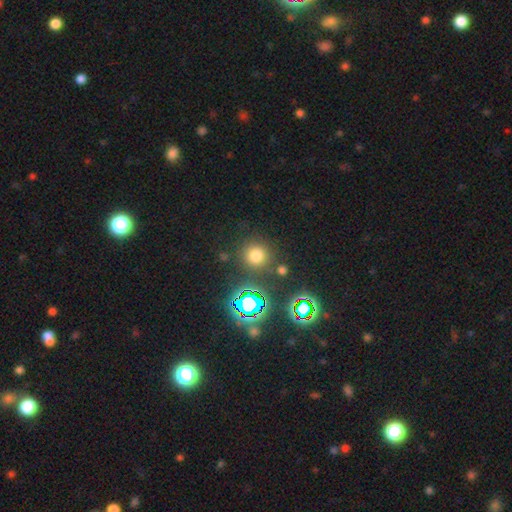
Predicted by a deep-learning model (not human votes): smooth 67%, star or artifact 27%, featured or disk 7%. Down the decision tree: how rounded — round (92%); merging — none (83%).